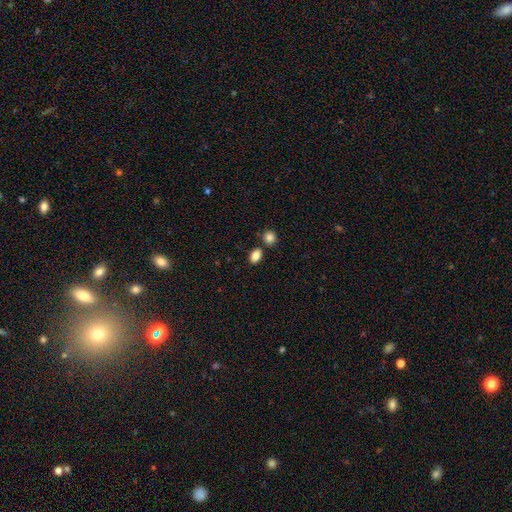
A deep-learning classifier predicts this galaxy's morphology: A smooth galaxy with no disk features (85%) that is in between round and cigar-shaped (79%).

Vote fractions:
- Smooth or featured? smooth: 85% / star or artifact: 9% / featured or disk: 6%
- How rounded? in between: 79% / round: 20% / cigar-shaped: 2%
- Merging? none: 75% / merger: 12% / minor disturbance: 10% / major disturbance: 3%